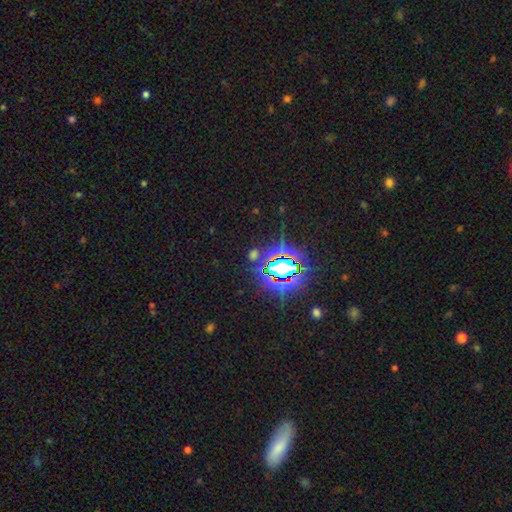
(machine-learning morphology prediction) A star or artifact, not a galaxy (77%).

Vote fractions:
- Smooth or featured? star or artifact: 77% / smooth: 14% / featured or disk: 9%